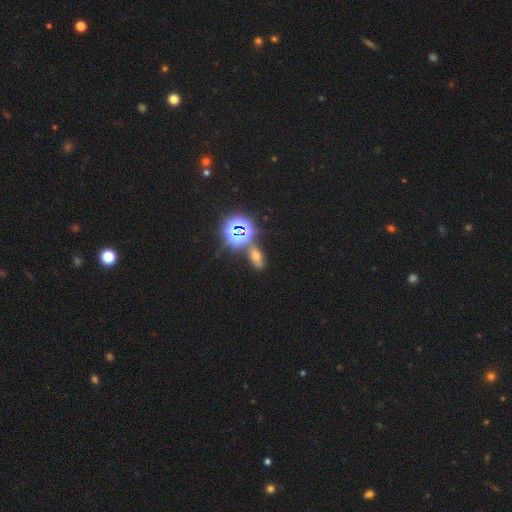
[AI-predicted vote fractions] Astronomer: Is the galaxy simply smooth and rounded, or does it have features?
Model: smooth — 43%, tied with star or artifact at 43%.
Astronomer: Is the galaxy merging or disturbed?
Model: none — 72%.